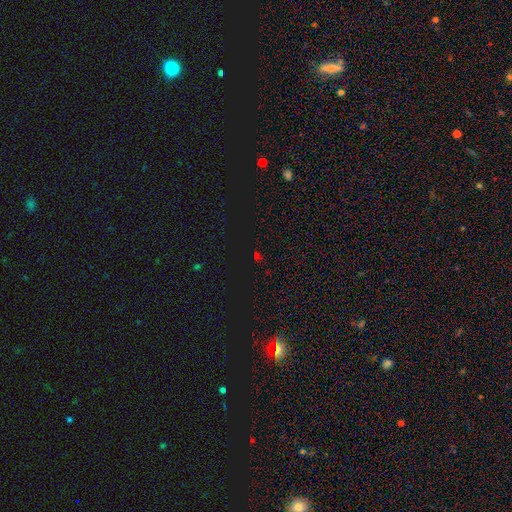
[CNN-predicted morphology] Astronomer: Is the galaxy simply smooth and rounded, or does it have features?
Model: star or artifact — 67%.